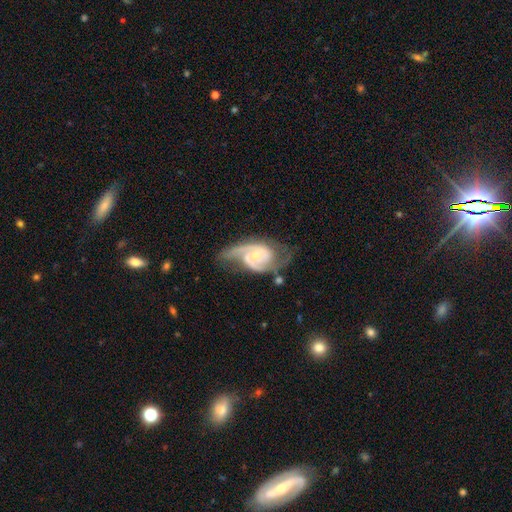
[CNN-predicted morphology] This is clearly a featured or disk galaxy (88%). It is clearly not viewed edge-on (97%). Bar: likely no (64%). Spiral arm pattern: clearly yes (97%). Spiral arm count: clearly 2 (80%). Spiral winding: possibly medium (49%). Central bulge: possibly small (60%). Merging: possibly none (53%).